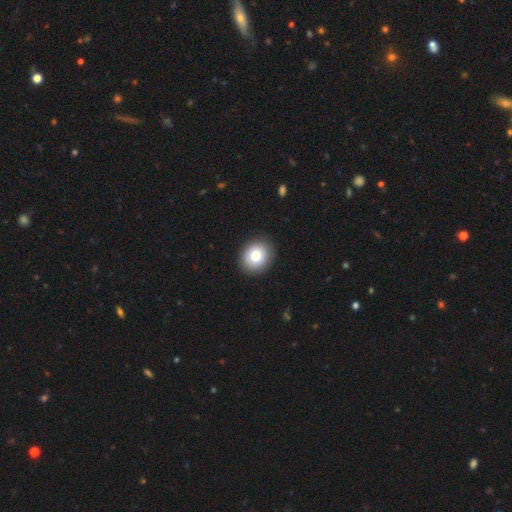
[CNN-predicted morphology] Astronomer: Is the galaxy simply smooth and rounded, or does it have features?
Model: smooth — 79%.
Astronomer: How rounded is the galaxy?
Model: round — 72%.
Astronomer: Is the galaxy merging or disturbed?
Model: none — 90%.